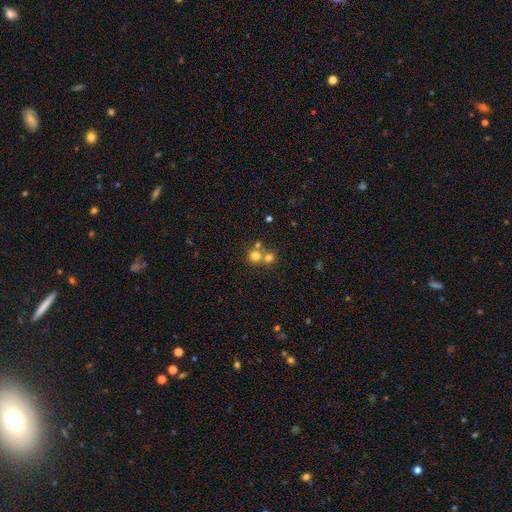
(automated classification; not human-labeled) This appears to be a smooth galaxy with no disk features (73%) that is round (89%). Merging: none (47%).